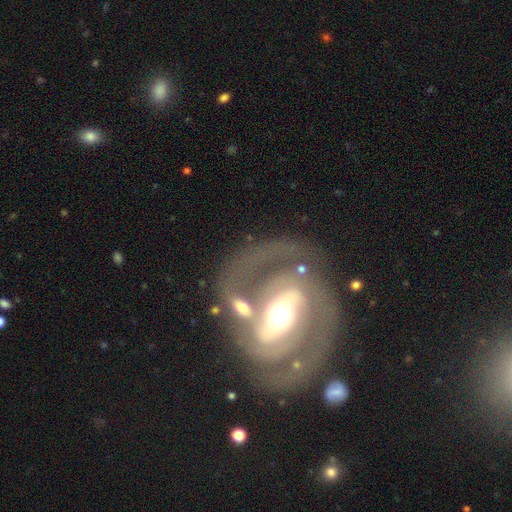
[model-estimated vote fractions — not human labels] Q: Smooth or featured?
A: featured or disk (88%); runner-up: smooth (7%)
Q: Edge-on disk?
A: no (97%); runner-up: yes (3%)
Q: Bar?
A: strong (51%); runner-up: weak (32%)
Q: Spiral arms?
A: yes (92%); runner-up: no (8%)
Q: Spiral winding?
A: tight (48%); runner-up: medium (42%)
Q: Spiral arm count?
A: 2 (83%); runner-up: can't tell (7%)
Q: Bulge size?
A: moderate (61%); runner-up: large (21%)
Q: Merging?
A: none (70%); runner-up: minor disturbance (15%)